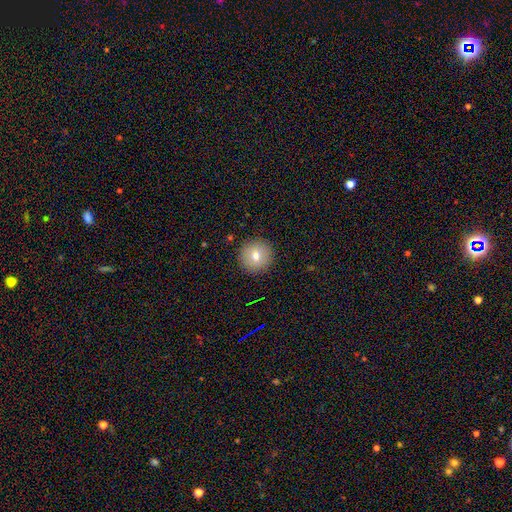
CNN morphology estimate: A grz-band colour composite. It shows a smooth galaxy with no disk features (76%) that is round (95%). Merging: none (91%).